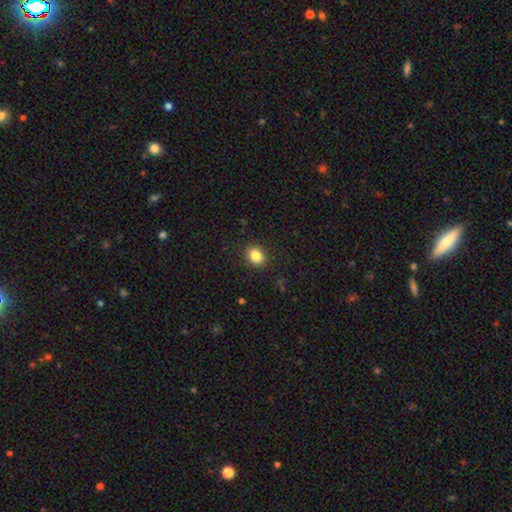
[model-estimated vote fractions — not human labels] smooth-or-featured: smooth: 85% | star or artifact: 10% | featured or disk: 6%
  how-rounded: in between: 52% | round: 47% | cigar-shaped: 1%
  merging: none: 89% | minor disturbance: 8% | major disturbance: 2% | merger: 1%